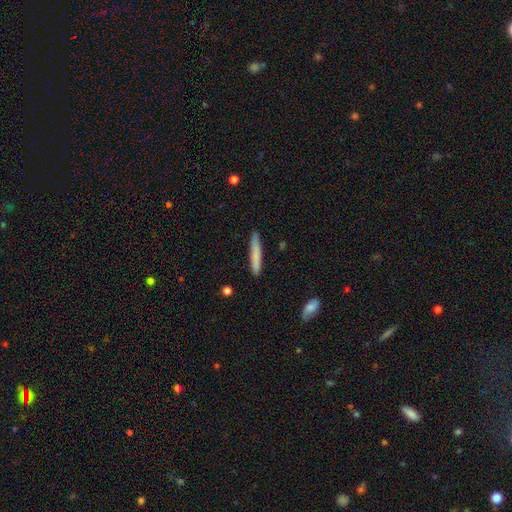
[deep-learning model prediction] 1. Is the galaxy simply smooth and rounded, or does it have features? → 78% smooth, 16% featured or disk, 6% star or artifact.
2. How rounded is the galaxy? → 94% cigar-shaped, 4% in between, 1% round.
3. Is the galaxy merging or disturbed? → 87% none, 10% minor disturbance, 2% major disturbance, 1% merger.